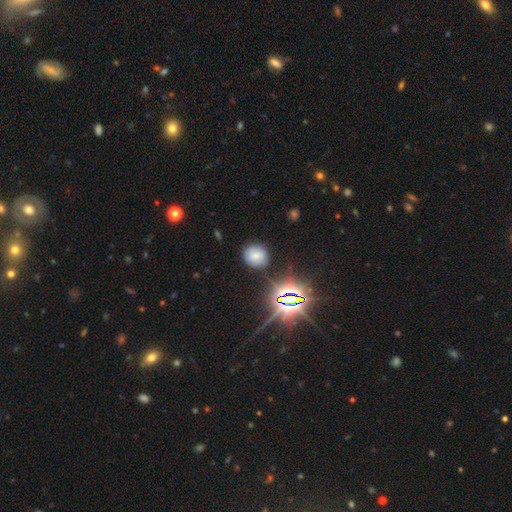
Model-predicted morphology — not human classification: Smooth or featured?
  - smooth: 65% *
  - star or artifact: 21%
  - featured or disk: 14%
How rounded?
  - round: 83% *
  - in between: 16%
  - cigar-shaped: 1%
Merging?
  - none: 81% *
  - minor disturbance: 13%
  - major disturbance: 3%
  - merger: 2%